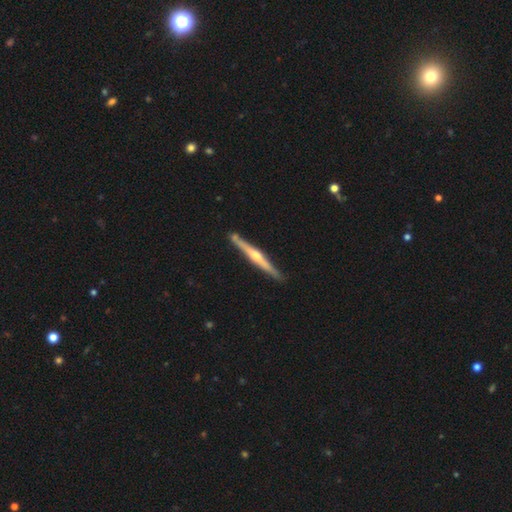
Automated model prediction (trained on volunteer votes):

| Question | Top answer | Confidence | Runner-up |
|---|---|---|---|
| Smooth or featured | featured or disk | 79% | smooth (16%) |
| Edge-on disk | yes | 98% | no (2%) |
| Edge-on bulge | rounded | 85% | none (9%) |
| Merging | none | 89% | minor disturbance (8%) |